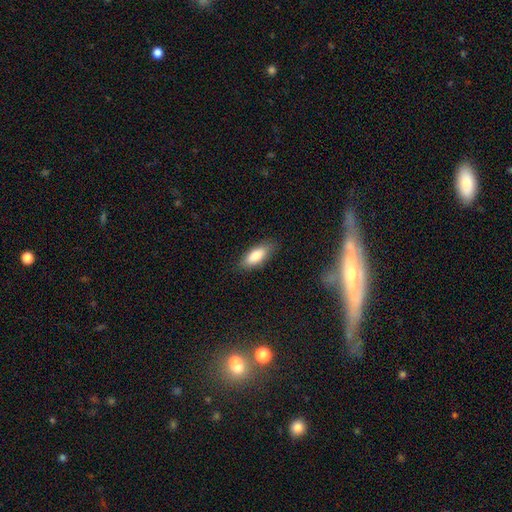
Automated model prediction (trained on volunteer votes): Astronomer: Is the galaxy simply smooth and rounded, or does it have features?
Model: smooth — 83%.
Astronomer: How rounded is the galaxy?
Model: in between — 78%.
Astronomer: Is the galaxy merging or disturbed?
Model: none — 84%.